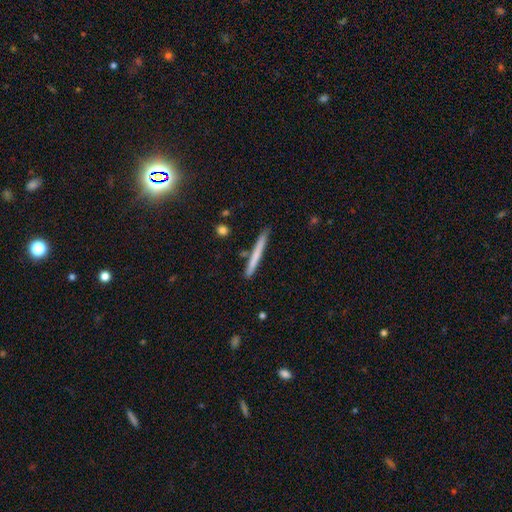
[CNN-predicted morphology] A smooth galaxy with no disk features (65%) that is cigar-shaped (97%).

Vote fractions:
- Smooth or featured? smooth: 65% / featured or disk: 29% / star or artifact: 6%
- How rounded? cigar-shaped: 97% / in between: 2% / round: 1%
- Merging? none: 87% / minor disturbance: 9% / merger: 2% / major disturbance: 2%